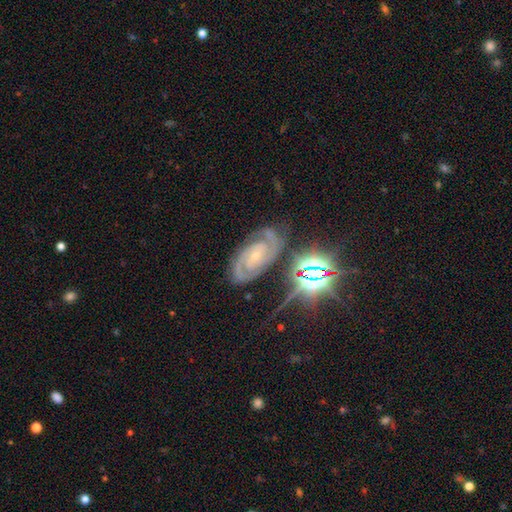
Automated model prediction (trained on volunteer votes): This is clearly a featured or disk galaxy (83%). It is clearly not viewed edge-on (97%). Bar: possibly no (56%). Spiral arm pattern: clearly yes (98%). Spiral arm count: clearly 2 (83%). Spiral winding: likely tight (65%). Central bulge: likely small (76%). Merging: likely none (78%).